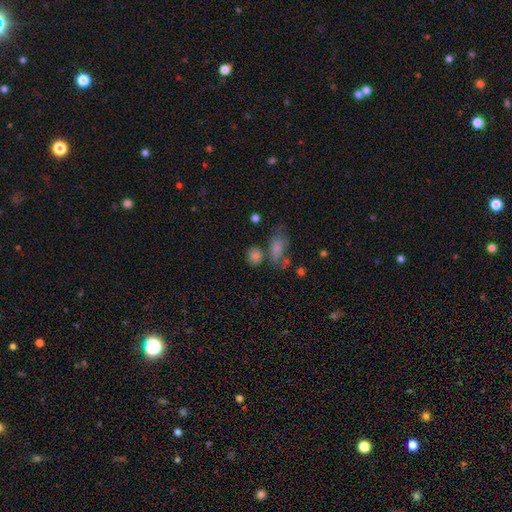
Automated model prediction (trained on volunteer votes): smooth_or_featured: smooth (p=0.79) [alt: star or artifact p=0.12]
how_rounded: round (p=0.49) [alt: in between p=0.48]
merging: none (p=0.58) [alt: merger p=0.19]